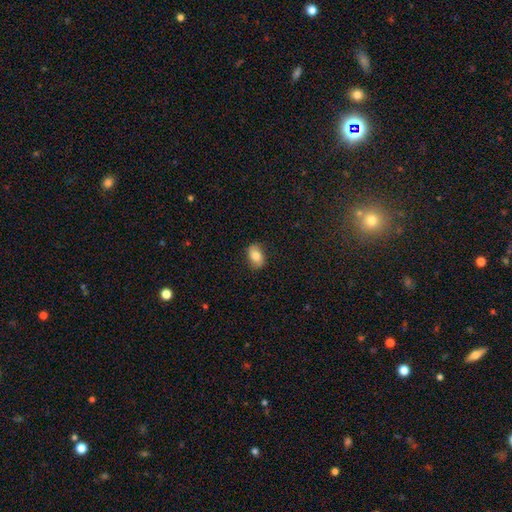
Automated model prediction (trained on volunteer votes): smooth_or_featured: smooth (p=0.77) [alt: featured or disk p=0.15]
how_rounded: in between (p=0.85) [alt: round p=0.13]
merging: none (p=0.83) [alt: minor disturbance p=0.13]